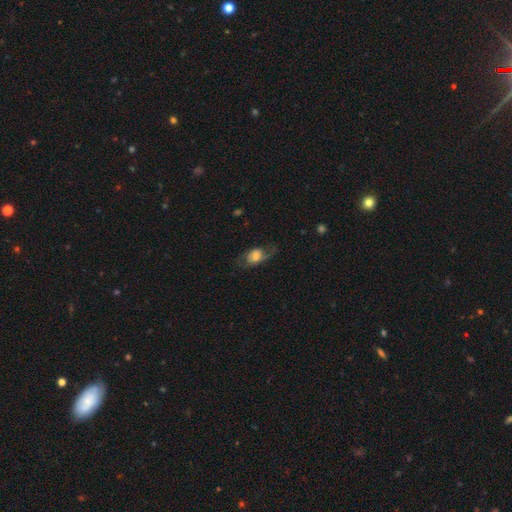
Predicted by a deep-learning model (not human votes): Q: Smooth or featured?
A: smooth (52%); runner-up: featured or disk (40%)
Q: How rounded?
A: in between (79%); runner-up: round (18%)
Q: Merging?
A: none (58%); runner-up: minor disturbance (23%)